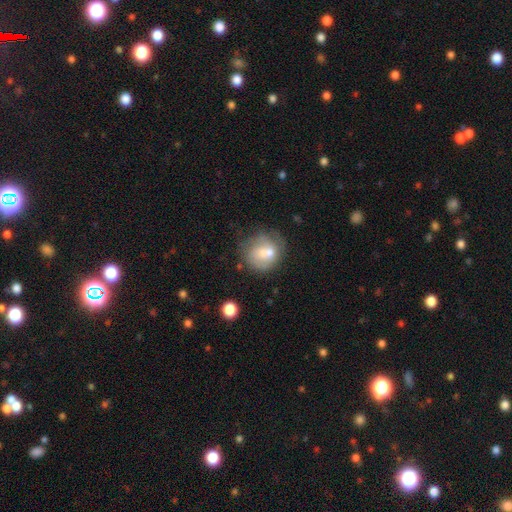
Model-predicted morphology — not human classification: smooth-or-featured: smooth: 61% | featured or disk: 31% | star or artifact: 8%
  how-rounded: round: 78% | in between: 21% | cigar-shaped: 1%
  merging: none: 40% | merger: 32% | minor disturbance: 18% | major disturbance: 10%